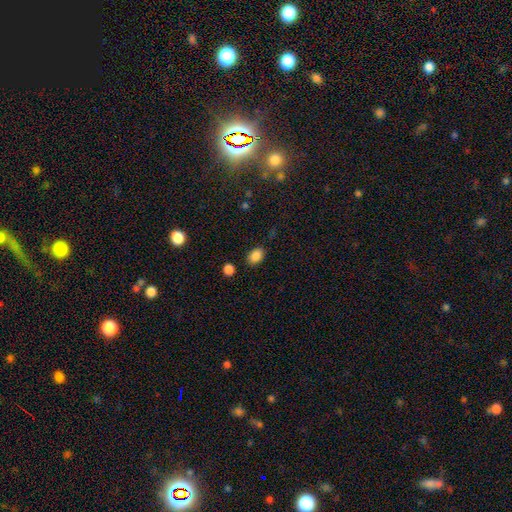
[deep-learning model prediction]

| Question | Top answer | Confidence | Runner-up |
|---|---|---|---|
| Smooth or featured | smooth | 86% | star or artifact (10%) |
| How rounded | in between | 77% | round (22%) |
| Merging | none | 82% | minor disturbance (12%) |